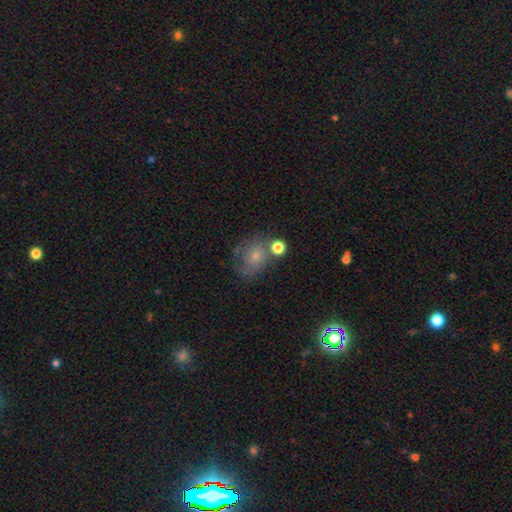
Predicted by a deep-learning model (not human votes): Smooth or featured: featured or disk — 38% (tied with smooth — 38%)
Merging: none — 59% (minor disturbance — 20%)